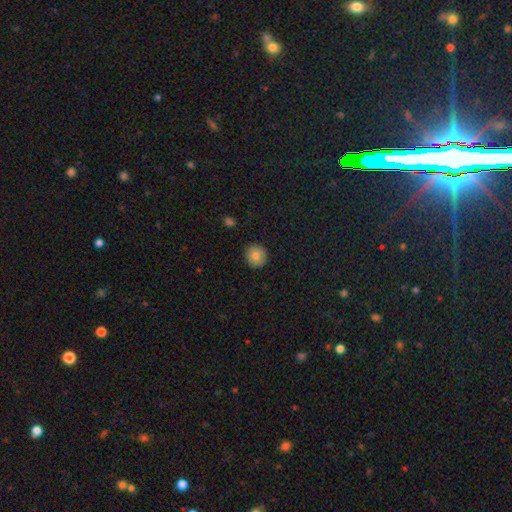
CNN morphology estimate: type=smooth (80%); roundness=round (94%); merging=none (91%).